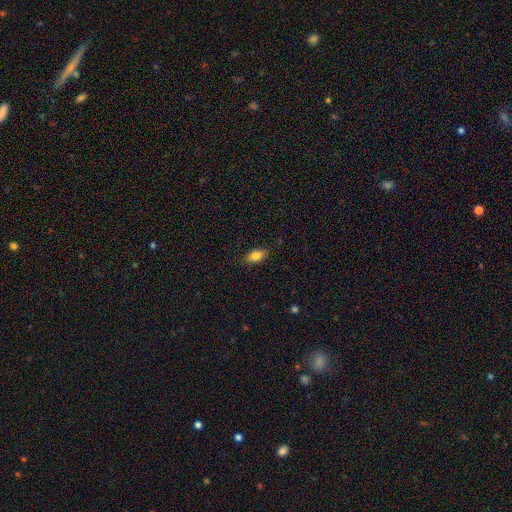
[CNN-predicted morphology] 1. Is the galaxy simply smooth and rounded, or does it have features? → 83% smooth, 9% featured or disk, 8% star or artifact.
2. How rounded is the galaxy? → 89% in between, 6% round, 5% cigar-shaped.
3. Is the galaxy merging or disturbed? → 84% none, 12% minor disturbance, 3% major disturbance, 1% merger.